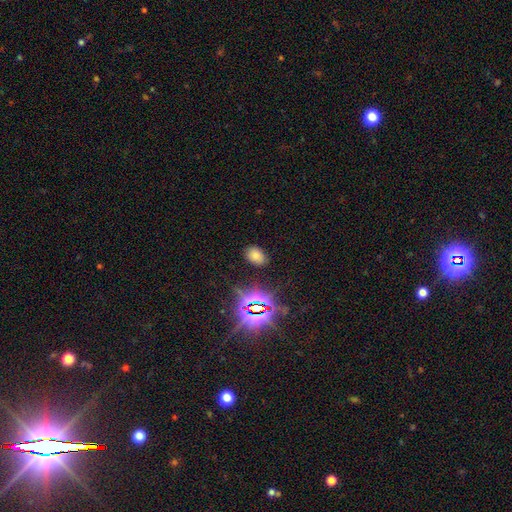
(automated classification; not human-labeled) The model was most divided on "smooth or featured": smooth: 68%, star or artifact: 25%, featured or disk: 7%. More confident: merging — none (83%); how rounded — in between (82%).